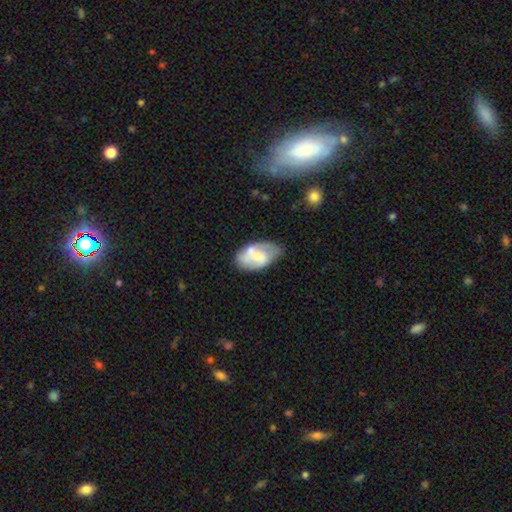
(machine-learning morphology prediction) Smooth or featured: featured or disk — 52% (smooth — 41%)
Edge-on disk: no — 96% (yes — 4%)
Bar: no — 47% (weak — 38%)
Spiral arms: yes — 61% (no — 39%)
Bulge size: small — 35% (moderate — 33%)
Merging: none — 48% (minor disturbance — 30%)